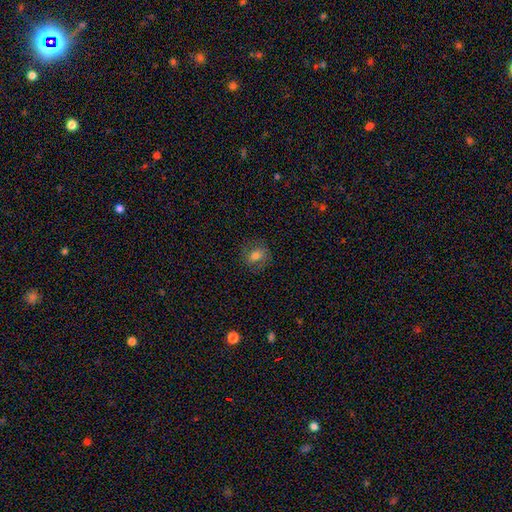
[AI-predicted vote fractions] This is likely a smooth galaxy (68%). How rounded: likely round (71%). Merging: clearly none (80%).